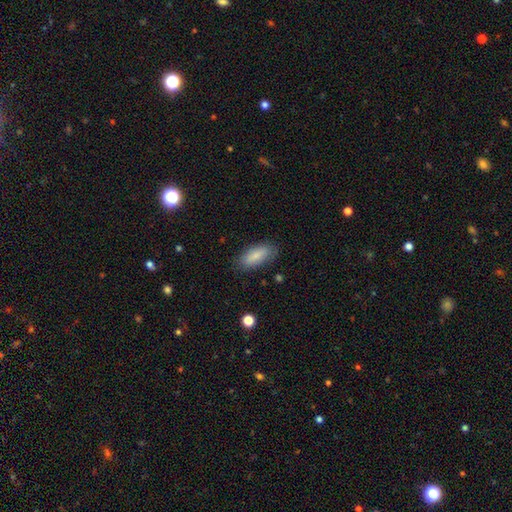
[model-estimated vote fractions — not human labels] smooth_or_featured: smooth (p=0.84) [alt: featured or disk p=0.10]
how_rounded: in between (p=0.77) [alt: cigar-shaped p=0.21]
merging: none (p=0.83) [alt: minor disturbance p=0.13]